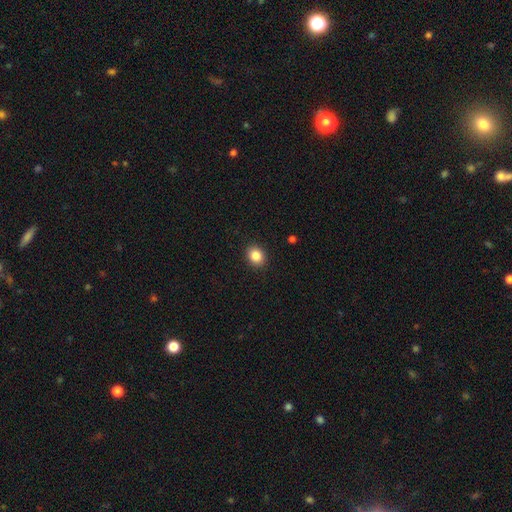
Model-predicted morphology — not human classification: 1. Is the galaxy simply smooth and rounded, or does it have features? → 86% smooth, 9% star or artifact, 5% featured or disk.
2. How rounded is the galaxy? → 57% round, 42% in between, 1% cigar-shaped.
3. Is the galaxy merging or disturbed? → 91% none, 6% minor disturbance, 2% major disturbance, 1% merger.